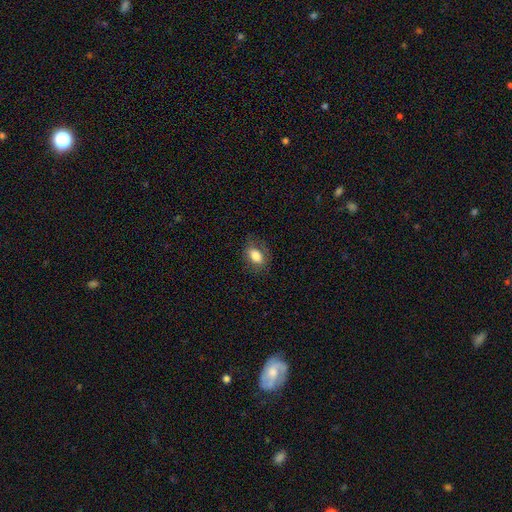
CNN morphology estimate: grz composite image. It shows a smooth galaxy with no disk features (78%) that is in between round and cigar-shaped (81%). Merging: none (74%).